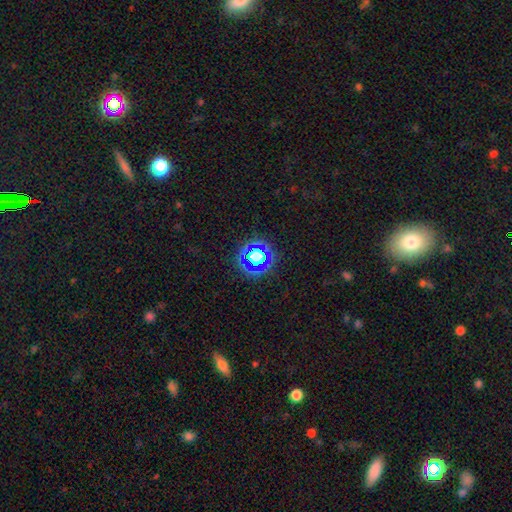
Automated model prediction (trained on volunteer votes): A star or artifact, not a galaxy (54%).

Vote fractions:
- Smooth or featured? star or artifact: 54% / smooth: 35% / featured or disk: 12%